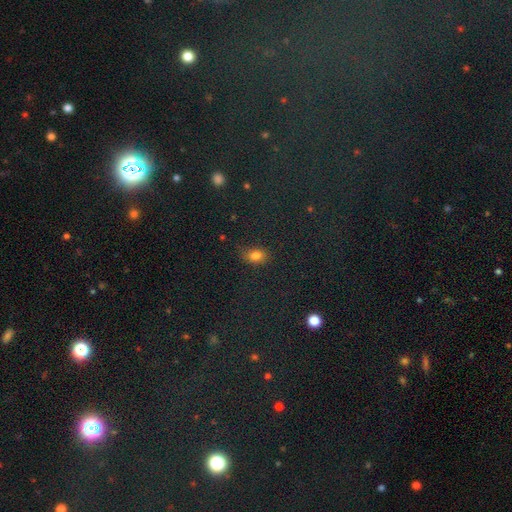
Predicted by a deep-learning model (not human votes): Smooth or featured? Predicted: smooth (p=0.79). How rounded? Predicted: in between (p=0.74). Merging? Predicted: none (p=0.75).